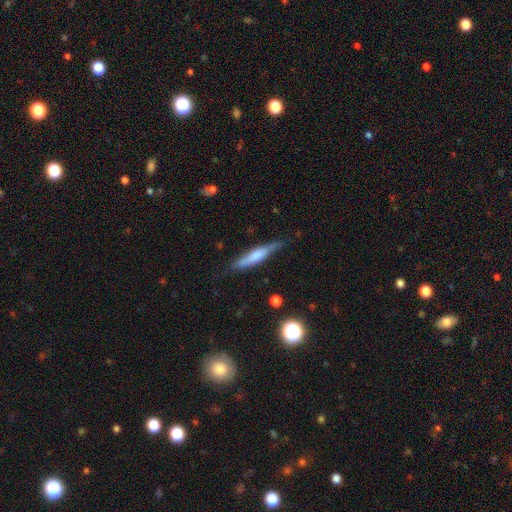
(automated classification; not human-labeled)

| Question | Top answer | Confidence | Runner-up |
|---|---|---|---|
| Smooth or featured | smooth | 54% | featured or disk (40%) |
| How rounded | cigar-shaped | 84% | in between (14%) |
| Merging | none | 72% | minor disturbance (22%) |